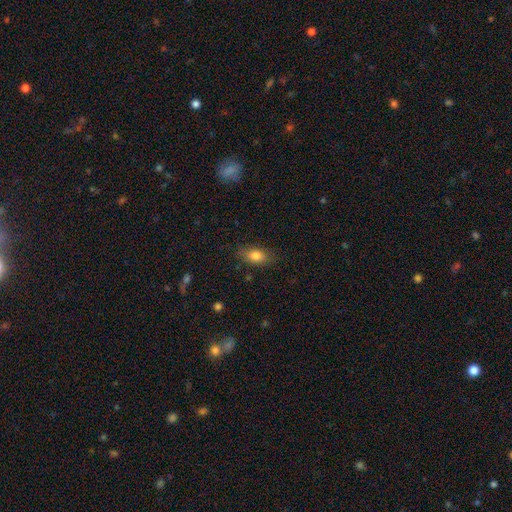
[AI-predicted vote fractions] Smooth or featured: smooth — 80% (featured or disk — 11%)
How rounded: in between — 85% (round — 9%)
Merging: none — 80% (minor disturbance — 15%)